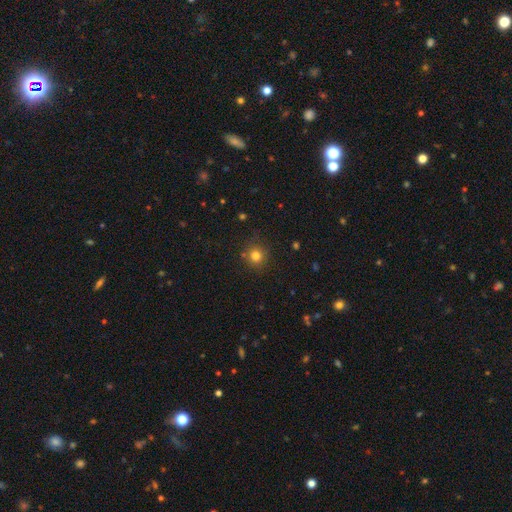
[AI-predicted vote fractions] This appears to be a smooth galaxy with no disk features (80%) that is round (92%). Merging: none (84%).